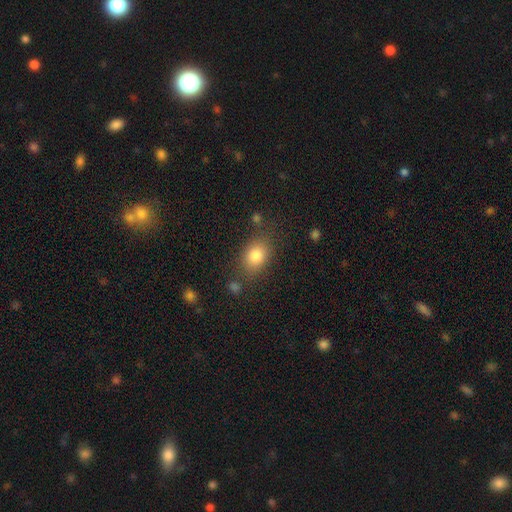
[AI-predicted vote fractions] smooth-or-featured: smooth: 82% | star or artifact: 9% | featured or disk: 8%
  how-rounded: in between: 69% | round: 29% | cigar-shaped: 1%
  merging: none: 74% | minor disturbance: 16% | major disturbance: 6% | merger: 5%